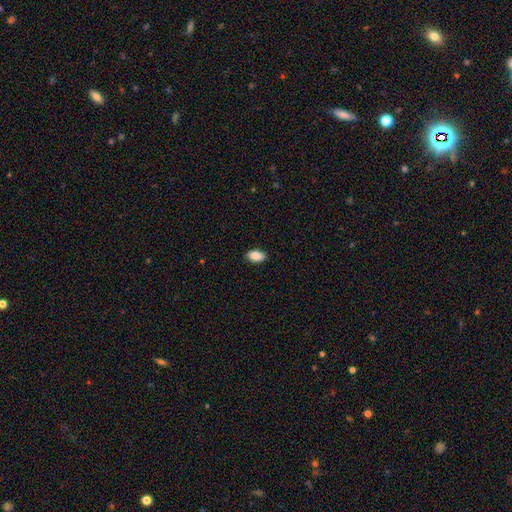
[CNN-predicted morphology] Smooth or featured: smooth — 89% (star or artifact — 7%)
How rounded: in between — 92% (round — 6%)
Merging: none — 86% (minor disturbance — 11%)